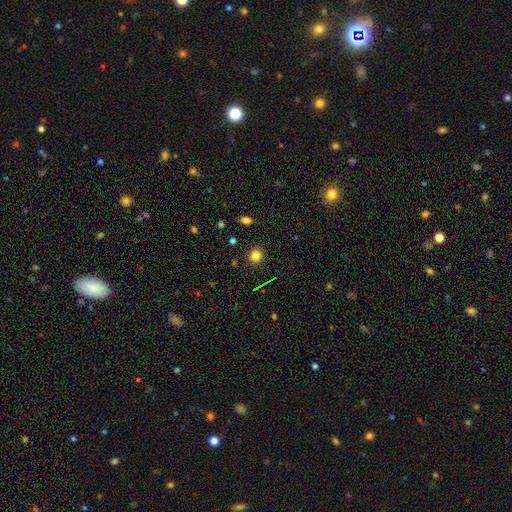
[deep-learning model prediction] smooth-or-featured: smooth: 81% | star or artifact: 13% | featured or disk: 6%
  how-rounded: round: 87% | in between: 11% | cigar-shaped: 1%
  merging: none: 89% | minor disturbance: 7% | major disturbance: 2% | merger: 1%